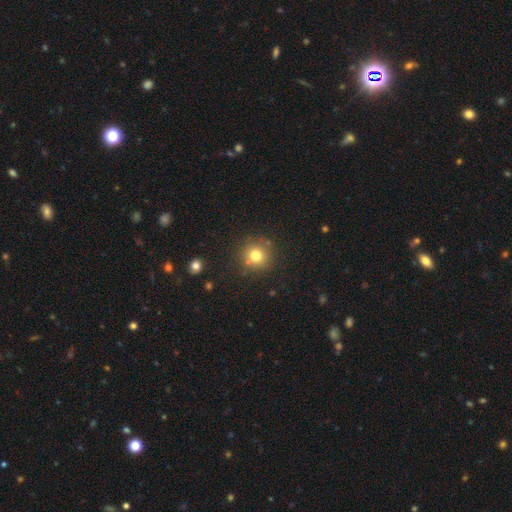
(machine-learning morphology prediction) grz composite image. It shows a smooth galaxy with no disk features (76%) that is round (92%). Merging: none (82%).